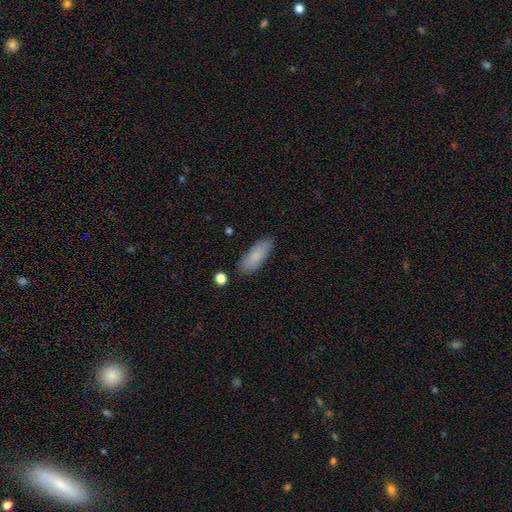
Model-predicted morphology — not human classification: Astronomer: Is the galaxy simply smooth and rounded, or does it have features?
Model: smooth — 82%.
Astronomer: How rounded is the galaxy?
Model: in between — 69%.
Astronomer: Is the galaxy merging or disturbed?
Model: none — 82%.